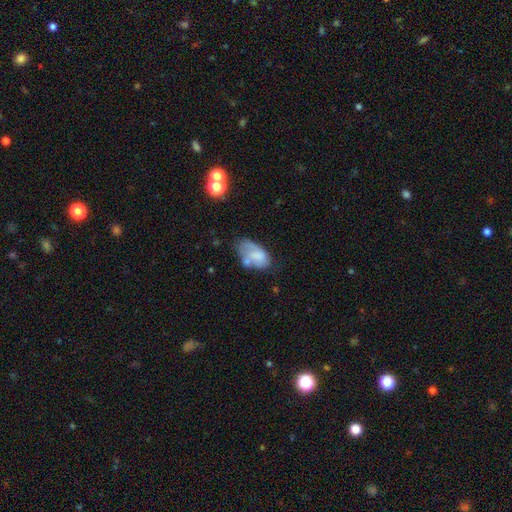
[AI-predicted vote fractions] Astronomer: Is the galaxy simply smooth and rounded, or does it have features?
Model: smooth — 65%.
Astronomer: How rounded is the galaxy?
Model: in between — 92%.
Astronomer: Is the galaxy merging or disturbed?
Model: none — 32% (runner-up: minor disturbance, 30%).